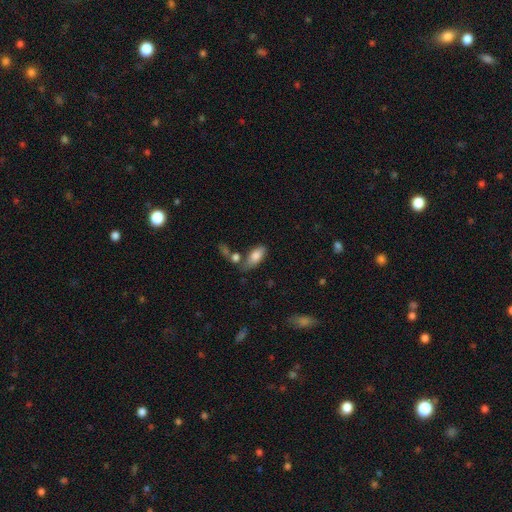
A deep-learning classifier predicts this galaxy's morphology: smooth_or_featured: smooth (p=0.81) [alt: featured or disk p=0.12]
how_rounded: in between (p=0.87) [alt: cigar-shaped p=0.10]
merging: none (p=0.53) [alt: merger p=0.21]